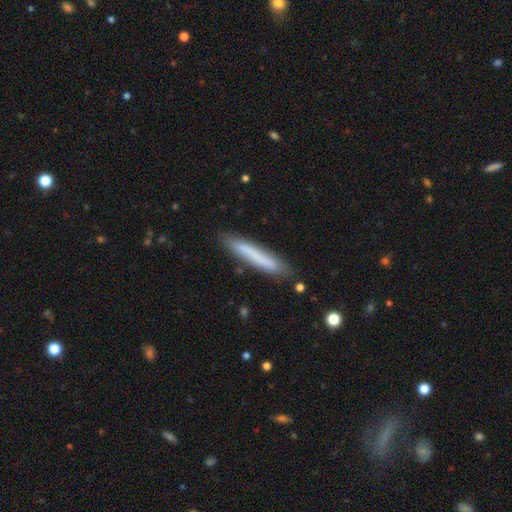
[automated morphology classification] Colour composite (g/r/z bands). It shows a smooth galaxy with no disk features (71%) that is cigar-shaped (94%). Merging: none (83%).